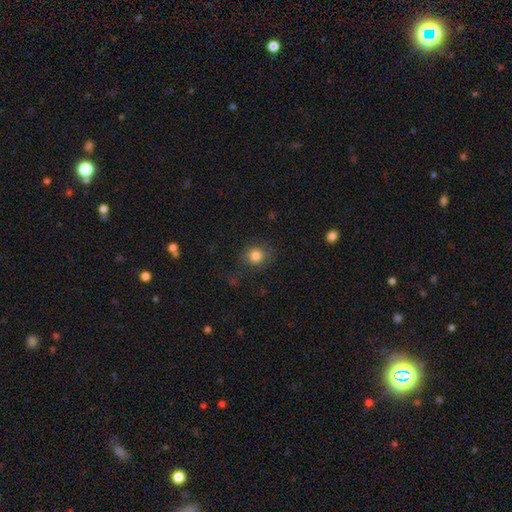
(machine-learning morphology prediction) Smooth or featured? smooth (82%)
How rounded? round (84%)
Merging? none (79%)